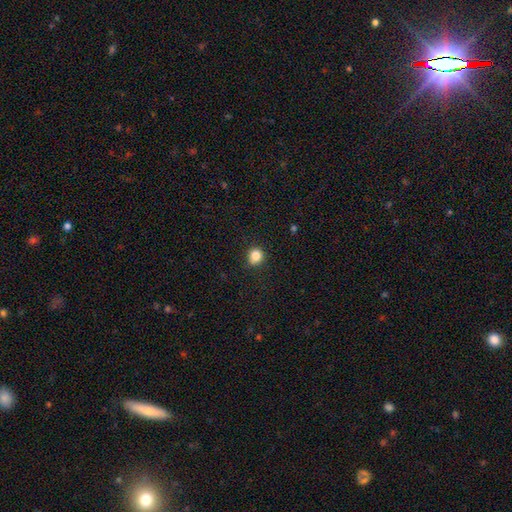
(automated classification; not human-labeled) A smooth galaxy with no disk features (84%) that is round (87%). Merging: none (85%).